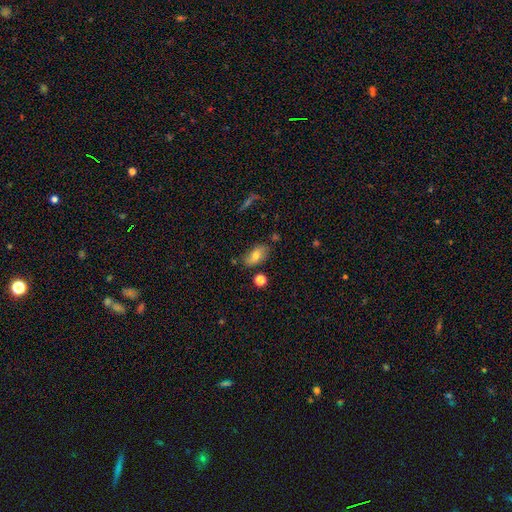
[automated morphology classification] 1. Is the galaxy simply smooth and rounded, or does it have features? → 67% smooth, 24% featured or disk, 9% star or artifact.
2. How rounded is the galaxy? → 89% in between, 6% round, 5% cigar-shaped.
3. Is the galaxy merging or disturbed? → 75% none, 17% minor disturbance, 4% merger, 4% major disturbance.